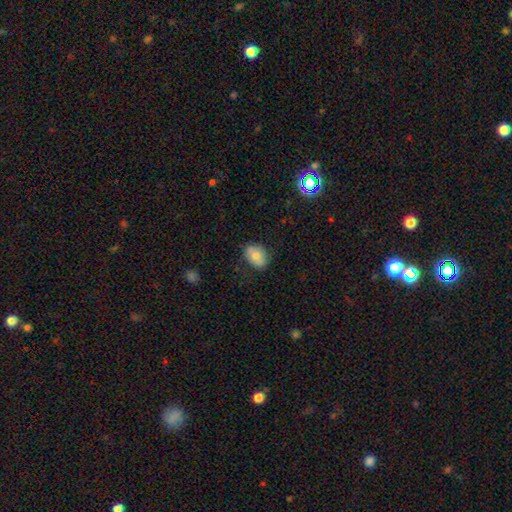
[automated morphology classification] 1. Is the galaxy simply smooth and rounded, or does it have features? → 76% smooth, 16% featured or disk, 8% star or artifact.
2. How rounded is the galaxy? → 76% in between, 23% round, 1% cigar-shaped.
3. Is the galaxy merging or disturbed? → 76% none, 19% minor disturbance, 4% major disturbance, 1% merger.